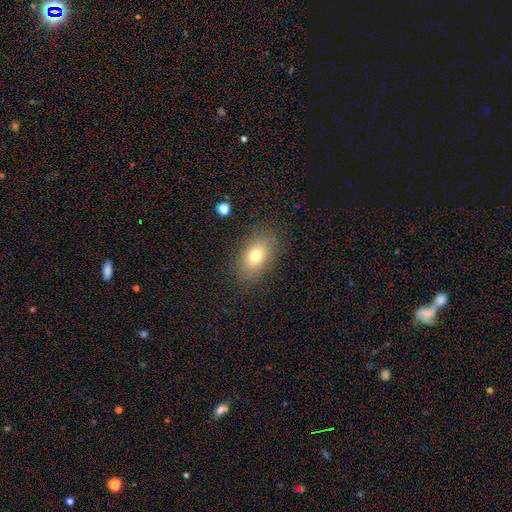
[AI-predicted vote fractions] smooth-or-featured: smooth: 74% | featured or disk: 14% | star or artifact: 11%
  how-rounded: in between: 84% | round: 14% | cigar-shaped: 2%
  merging: none: 84% | minor disturbance: 11% | major disturbance: 4% | merger: 1%